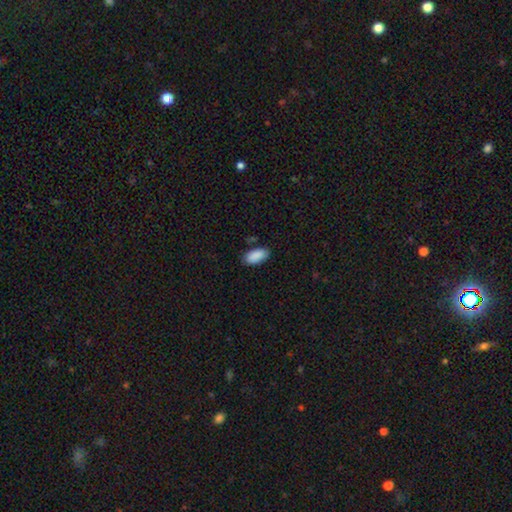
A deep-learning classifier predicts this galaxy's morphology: smooth 90%, star or artifact 7%, featured or disk 4%. Down the decision tree: how rounded — in between (93%); merging — none (79%).